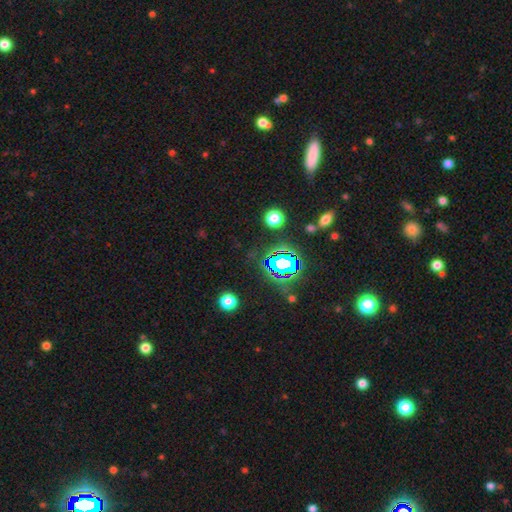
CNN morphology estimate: Smooth or featured: star or artifact — 77% (smooth — 15%)